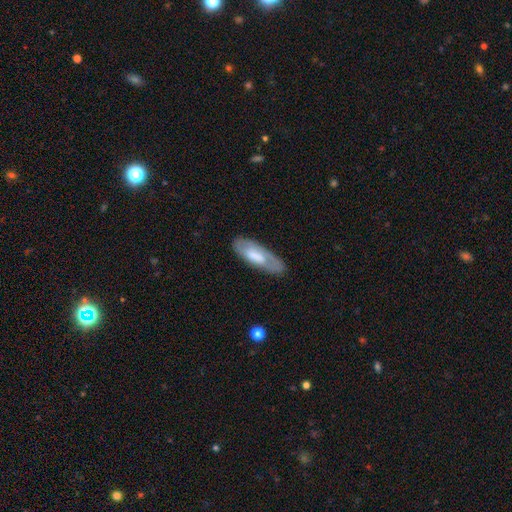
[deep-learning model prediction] This is possibly a smooth galaxy (54%). How rounded: likely in between (67%). Merging: likely none (73%).